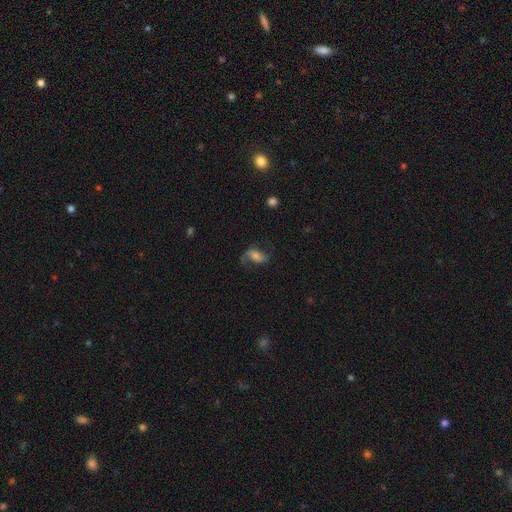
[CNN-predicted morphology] This appears to be a featured or disk galaxy (63%) with no bar (41%), 2 (81%) loose (61%) spiral arms (91%) and a moderate central bulge (37%, tied with small). Merging: none (60%).